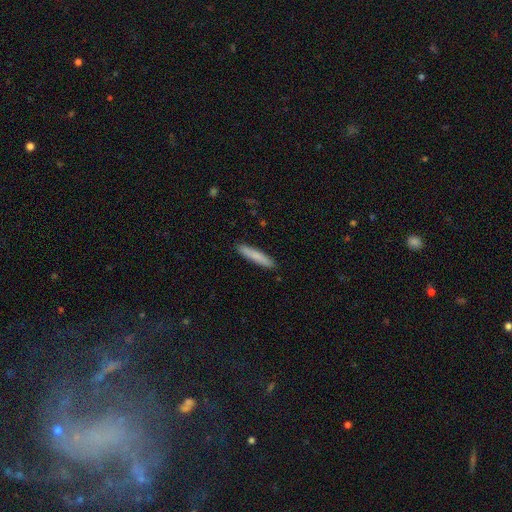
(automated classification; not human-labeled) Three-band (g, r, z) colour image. It shows a smooth galaxy with no disk features (81%) that is cigar-shaped (92%). Merging: none (91%).